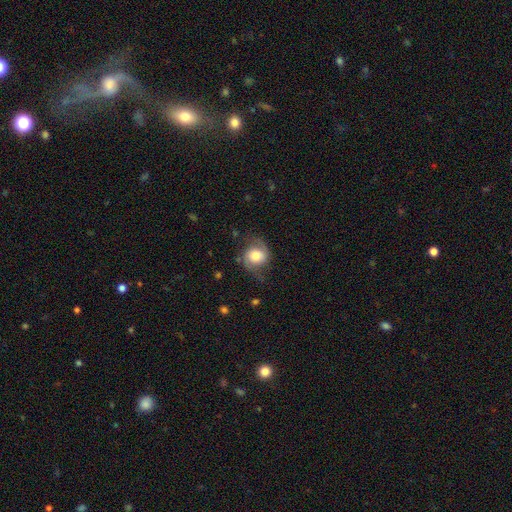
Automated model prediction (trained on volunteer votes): Morphology: type=featured or disk (48%); merging=none (63%).